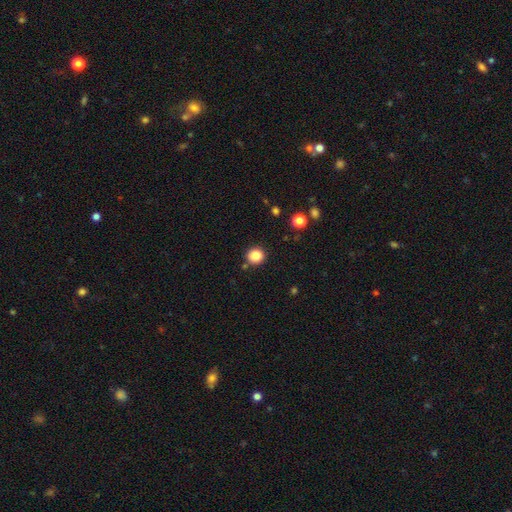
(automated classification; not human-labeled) This is clearly a smooth galaxy (85%). How rounded: clearly round (90%). Merging: clearly none (87%).